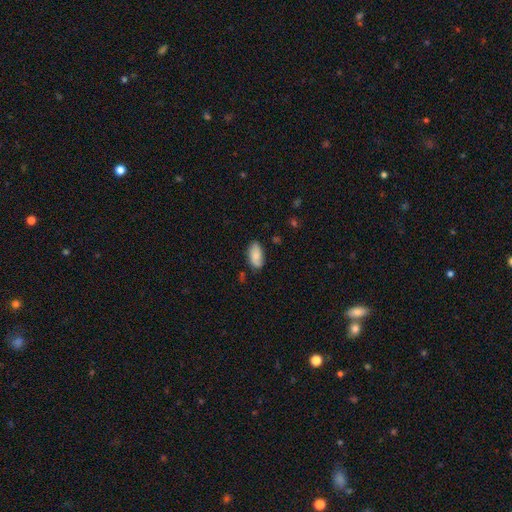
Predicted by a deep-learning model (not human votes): This appears to be a smooth galaxy with no disk features (76%) that is in between round and cigar-shaped (93%). Merging: none (75%).